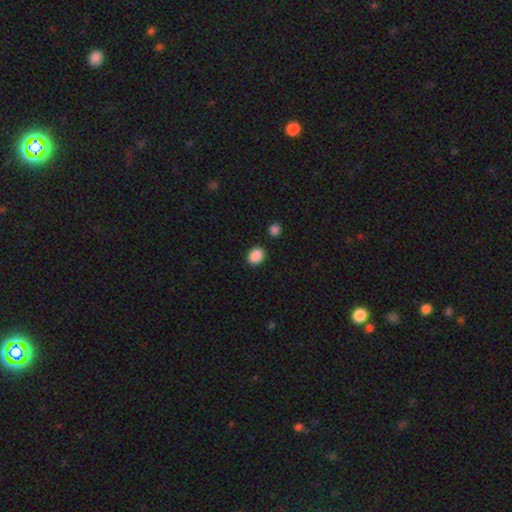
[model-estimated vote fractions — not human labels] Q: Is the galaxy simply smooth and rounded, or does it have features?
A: smooth — 89%.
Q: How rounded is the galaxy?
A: in between — 57%.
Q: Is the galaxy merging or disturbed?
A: none — 87%.